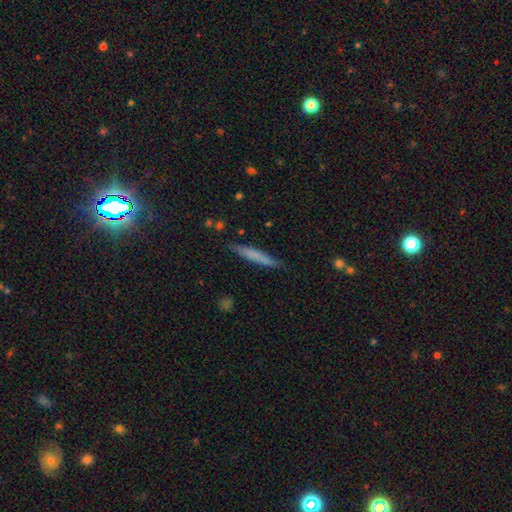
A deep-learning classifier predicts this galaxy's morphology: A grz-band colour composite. It shows a smooth galaxy with no disk features (65%) that is cigar-shaped (94%). Merging: none (83%).